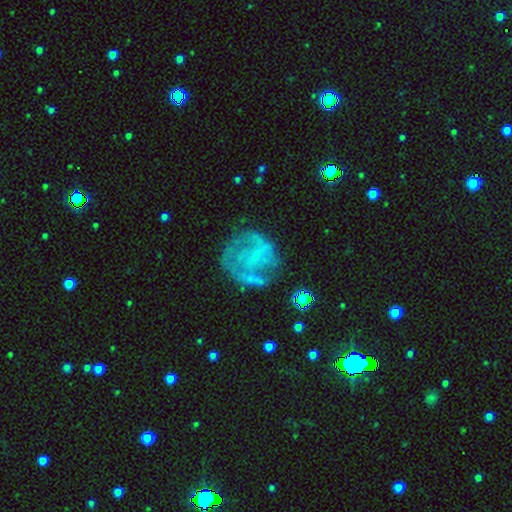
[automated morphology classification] smooth_or_featured: featured or disk (p=0.66) [alt: smooth p=0.23]
disk_edge_on: no (p=0.97) [alt: yes p=0.03]
bar: no (p=0.54) [alt: weak p=0.35]
has_spiral_arms: yes (p=0.61) [alt: no p=0.39]
bulge_size: small (p=0.51) [alt: none p=0.37]
merging: none (p=0.49) [alt: major disturbance p=0.25]